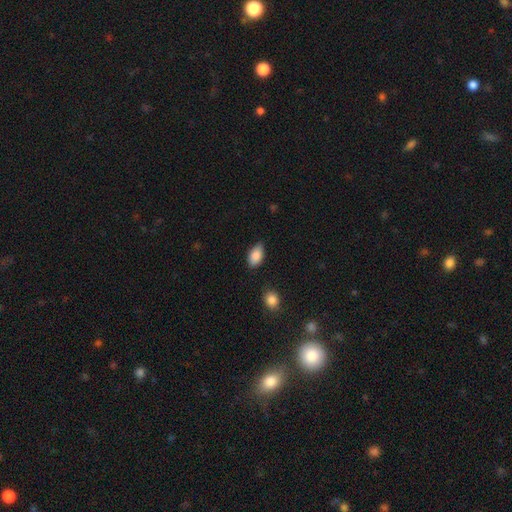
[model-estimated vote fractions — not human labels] Q: Smooth or featured?
A: smooth (86%); runner-up: star or artifact (7%)
Q: How rounded?
A: in between (92%); runner-up: round (5%)
Q: Merging?
A: none (76%); runner-up: minor disturbance (19%)